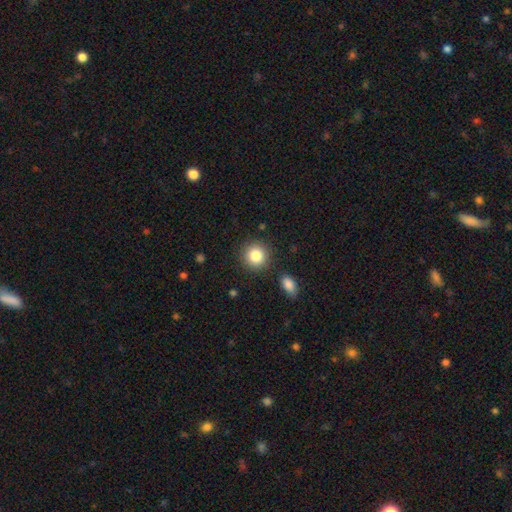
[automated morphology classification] smooth 85%, star or artifact 9%, featured or disk 6%. Down the decision tree: how rounded — round (90%); merging — none (86%).